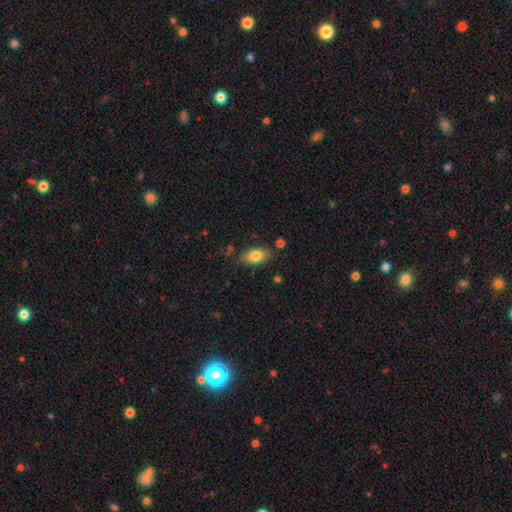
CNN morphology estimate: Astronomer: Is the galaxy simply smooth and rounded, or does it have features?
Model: smooth — 80%.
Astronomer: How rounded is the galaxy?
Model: in between — 90%.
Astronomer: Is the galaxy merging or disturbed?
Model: none — 78%.